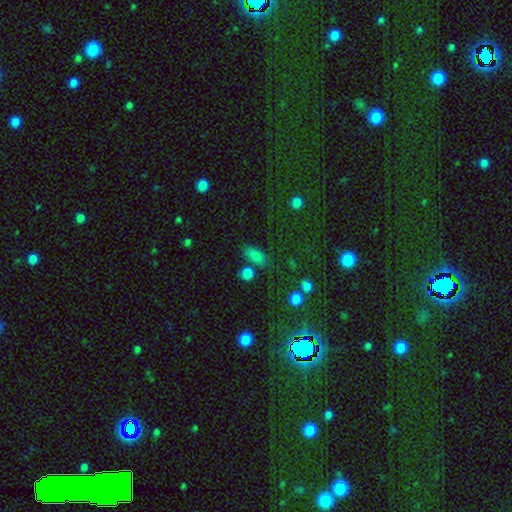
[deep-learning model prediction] smooth_or_featured: smooth (p=0.78) [alt: star or artifact p=0.14]
how_rounded: in between (p=0.80) [alt: cigar-shaped p=0.12]
merging: none (p=0.69) [alt: minor disturbance p=0.16]